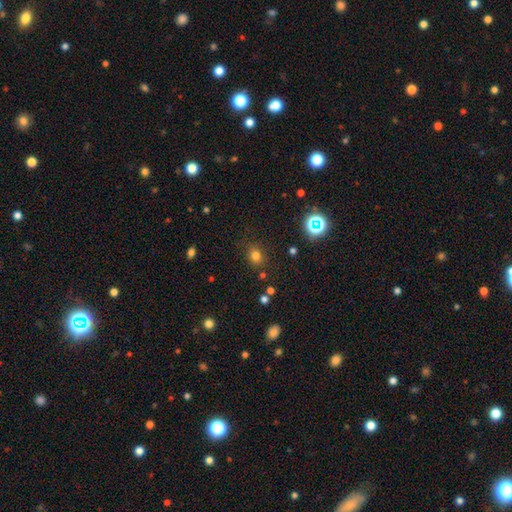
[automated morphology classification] A smooth galaxy with no disk features (75%) that is round (74%). Merging: none (83%).